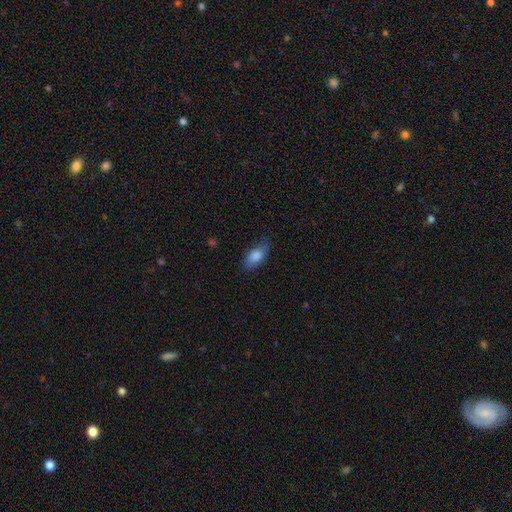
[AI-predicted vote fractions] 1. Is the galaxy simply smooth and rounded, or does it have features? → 78% smooth, 14% featured or disk, 7% star or artifact.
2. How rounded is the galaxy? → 84% in between, 13% cigar-shaped, 4% round.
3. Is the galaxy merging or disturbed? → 76% none, 19% minor disturbance, 4% major disturbance, 1% merger.